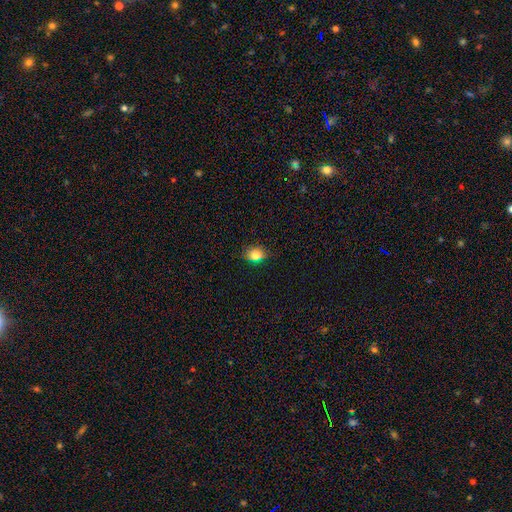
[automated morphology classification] The model was most divided on "how rounded": in between: 51%, round: 48%, cigar-shaped: 1%. More confident: smooth or featured — smooth (81%); merging — none (80%).